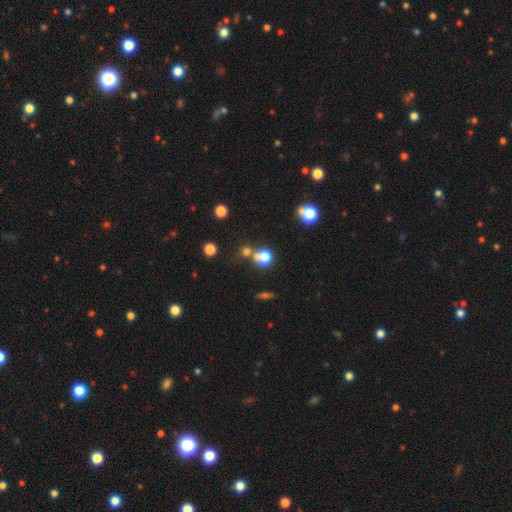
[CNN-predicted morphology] This appears to be a smooth galaxy with no disk features (63%) that is round (87%). Merging: none (58%).